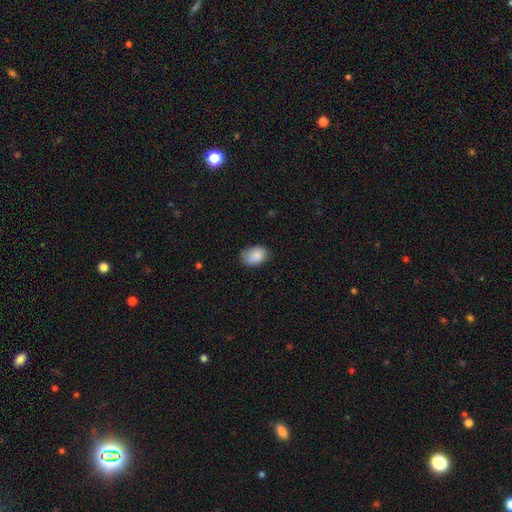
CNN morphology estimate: smooth-or-featured: smooth: 86% | star or artifact: 7% | featured or disk: 7%
  how-rounded: in between: 79% | round: 20% | cigar-shaped: 1%
  merging: none: 68% | minor disturbance: 26% | major disturbance: 5% | merger: 1%